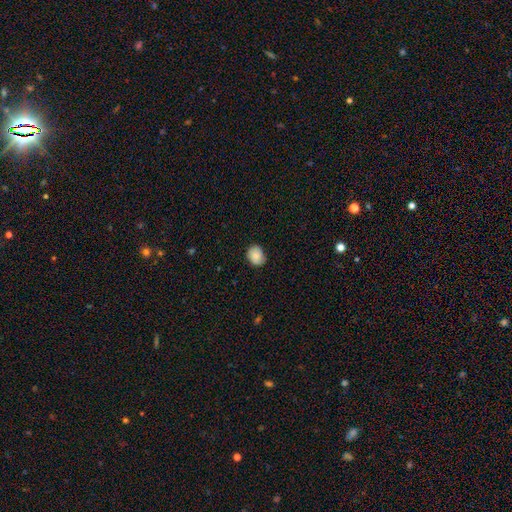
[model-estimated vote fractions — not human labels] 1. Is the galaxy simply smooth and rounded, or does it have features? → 83% smooth, 9% featured or disk, 8% star or artifact.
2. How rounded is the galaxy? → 56% round, 43% in between, 1% cigar-shaped.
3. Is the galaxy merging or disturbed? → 77% none, 18% minor disturbance, 3% major disturbance, 1% merger.